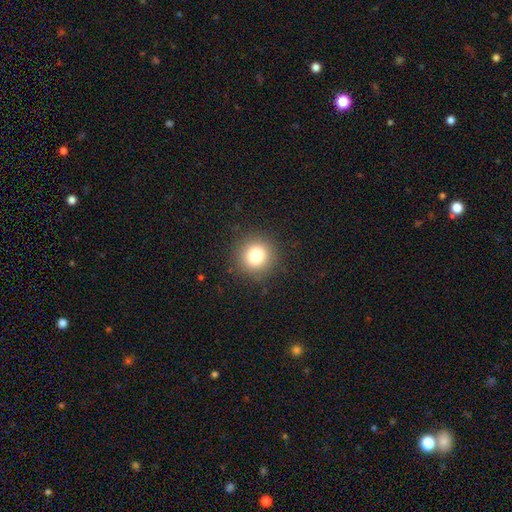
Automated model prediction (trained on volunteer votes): Smooth or featured? Predicted: smooth (p=0.80). How rounded? Predicted: round (p=0.94). Merging? Predicted: none (p=0.90).